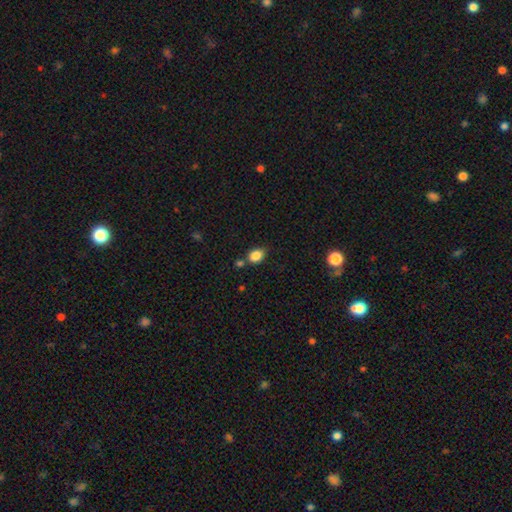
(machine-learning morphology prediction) Smooth or featured? Predicted: smooth (p=0.85). How rounded? Predicted: in between (p=0.64). Merging? Predicted: none (p=0.66).